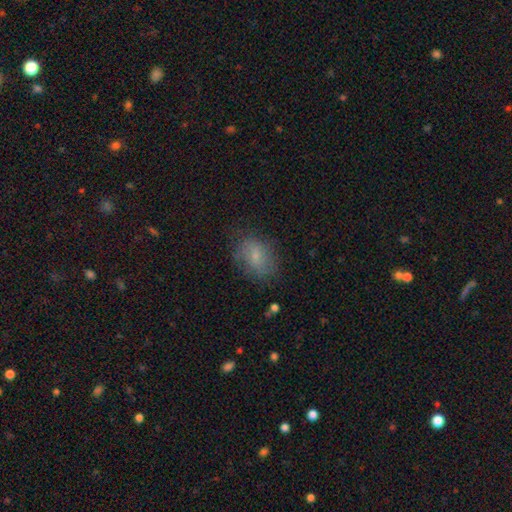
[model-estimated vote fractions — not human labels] Q: Smooth or featured?
A: smooth (67%); runner-up: featured or disk (23%)
Q: How rounded?
A: in between (76%); runner-up: round (22%)
Q: Merging?
A: none (69%); runner-up: minor disturbance (21%)